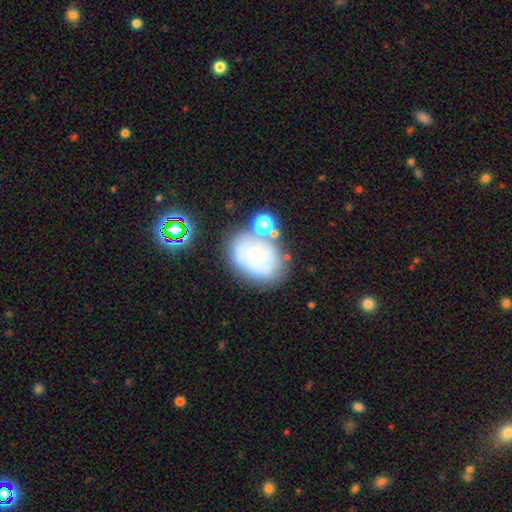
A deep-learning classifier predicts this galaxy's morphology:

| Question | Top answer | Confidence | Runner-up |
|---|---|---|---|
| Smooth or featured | featured or disk | 54% | smooth (35%) |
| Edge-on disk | no | 96% | yes (4%) |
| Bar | no | 81% | weak (15%) |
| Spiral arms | no | 51% | yes (49%) |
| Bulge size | moderate | 47% | small (43%) |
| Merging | none | 57% | minor disturbance (20%) |